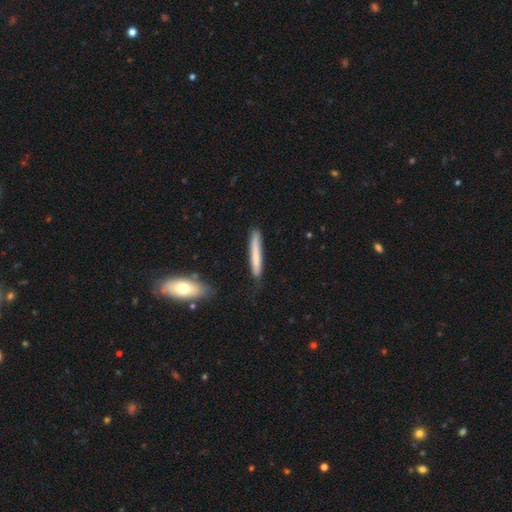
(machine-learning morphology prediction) Smooth or featured: smooth — 68% (featured or disk — 26%)
How rounded: cigar-shaped — 95% (in between — 4%)
Merging: none — 80% (minor disturbance — 16%)